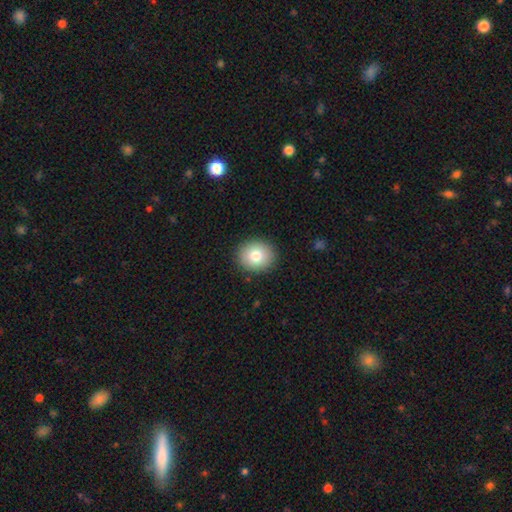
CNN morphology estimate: type=smooth (79%); roundness=round (75%); merging=none (90%).